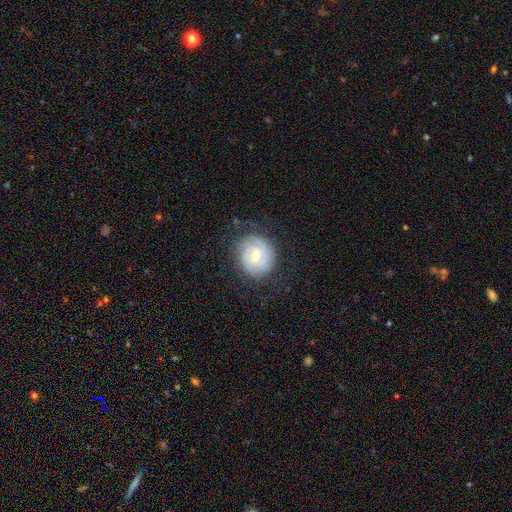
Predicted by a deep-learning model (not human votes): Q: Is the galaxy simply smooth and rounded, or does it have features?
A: featured or disk — 73%.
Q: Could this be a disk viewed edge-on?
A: no — 98%.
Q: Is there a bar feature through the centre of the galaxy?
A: weak — 51%.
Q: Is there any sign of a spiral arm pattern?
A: yes — 90%.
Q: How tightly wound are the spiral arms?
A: tight — 70%.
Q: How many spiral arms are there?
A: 2 — 50%.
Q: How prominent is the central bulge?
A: moderate — 55%.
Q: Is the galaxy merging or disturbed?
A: none — 77%.